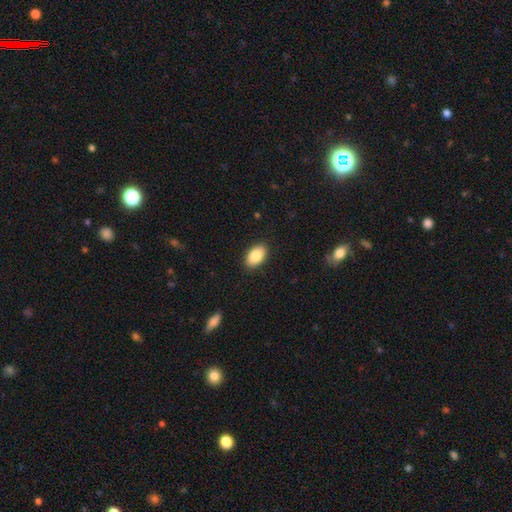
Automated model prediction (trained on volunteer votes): This appears to be a smooth galaxy with no disk features (85%) that is in between round and cigar-shaped (92%). Merging: none (89%).